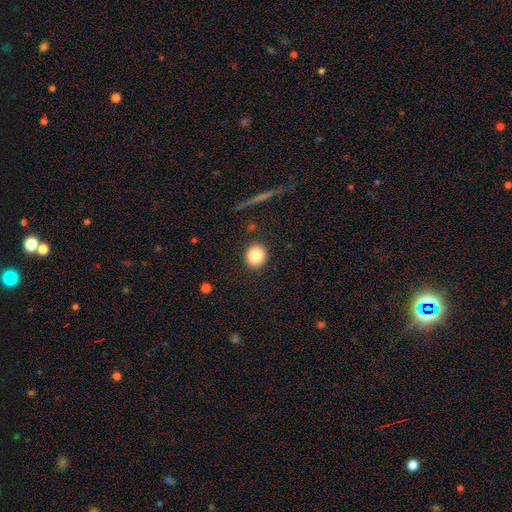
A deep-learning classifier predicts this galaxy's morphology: smooth 84%, star or artifact 9%, featured or disk 7%. Down the decision tree: how rounded — round (91%); merging — none (91%).